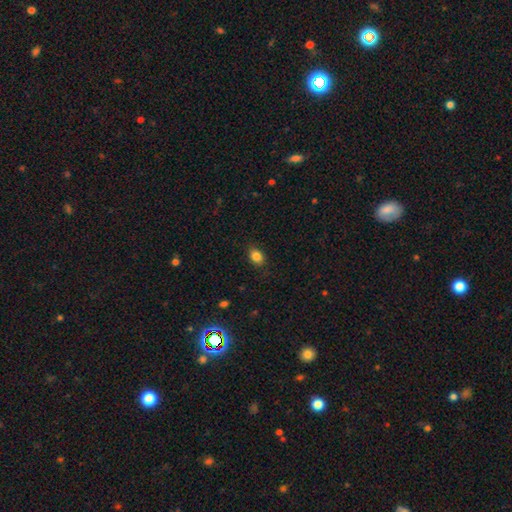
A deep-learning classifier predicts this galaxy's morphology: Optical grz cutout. It shows a smooth galaxy with no disk features (84%) that is in between round and cigar-shaped (71%). Merging: none (83%).